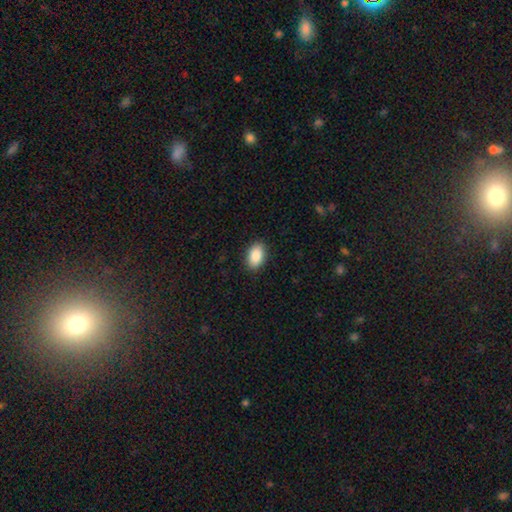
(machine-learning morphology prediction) Smooth or featured? smooth (88%)
How rounded? in between (91%)
Merging? none (89%)